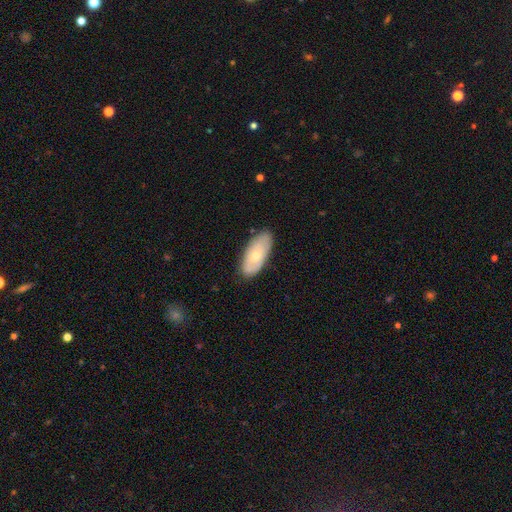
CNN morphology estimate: Smooth or featured: smooth — 57% (featured or disk — 36%)
How rounded: in between — 88% (cigar-shaped — 10%)
Merging: none — 80% (minor disturbance — 16%)